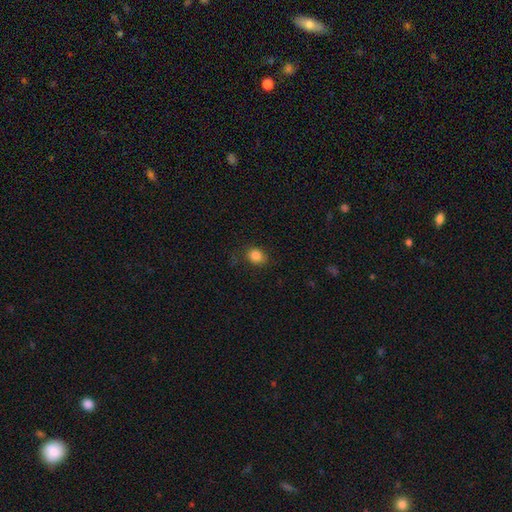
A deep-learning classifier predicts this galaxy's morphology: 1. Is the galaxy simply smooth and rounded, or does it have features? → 84% smooth, 11% star or artifact, 5% featured or disk.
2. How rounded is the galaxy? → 60% round, 39% in between, 1% cigar-shaped.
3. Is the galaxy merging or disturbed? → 78% none, 15% minor disturbance, 5% major disturbance, 1% merger.